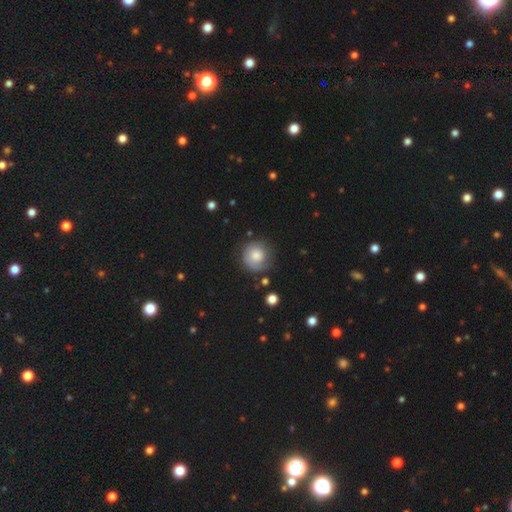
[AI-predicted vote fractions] Q: Smooth or featured?
A: smooth (68%); runner-up: featured or disk (24%)
Q: How rounded?
A: round (92%); runner-up: in between (7%)
Q: Merging?
A: none (69%); runner-up: minor disturbance (20%)